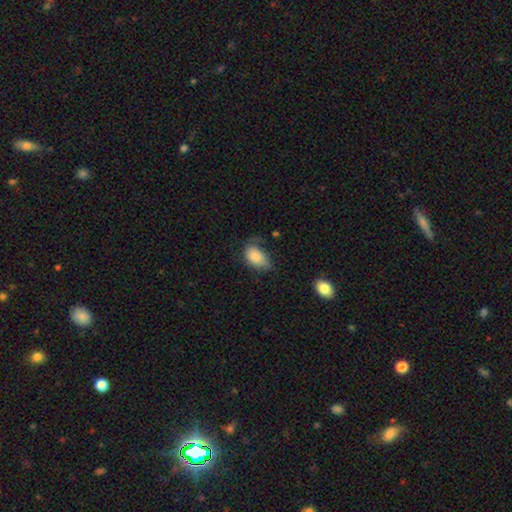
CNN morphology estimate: Smooth or featured: smooth — 80% (featured or disk — 12%)
How rounded: in between — 90% (round — 8%)
Merging: none — 42% (minor disturbance — 37%)